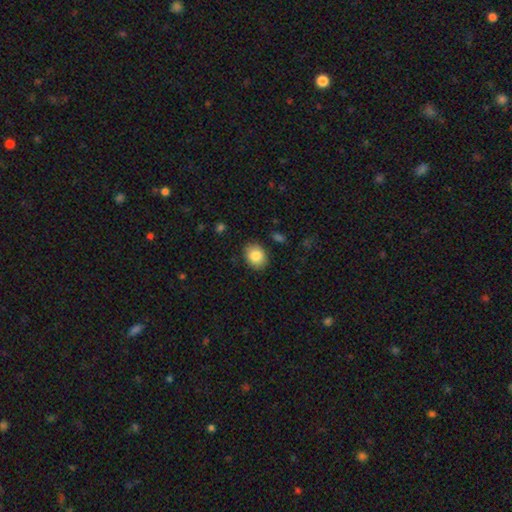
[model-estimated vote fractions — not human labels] Smooth or featured? Predicted: smooth (p=0.86). How rounded? Predicted: in between (p=0.54). Merging? Predicted: none (p=0.86).